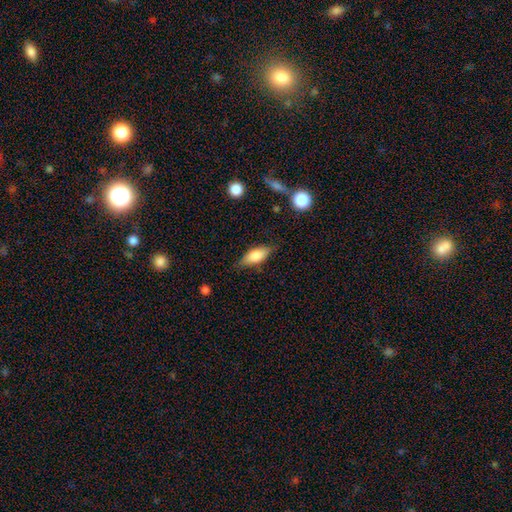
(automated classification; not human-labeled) A smooth galaxy with no disk features (74%) that is in between round and cigar-shaped (78%).

Vote fractions:
- Smooth or featured? smooth: 74% / featured or disk: 19% / star or artifact: 7%
- How rounded? in between: 78% / cigar-shaped: 19% / round: 3%
- Merging? none: 77% / minor disturbance: 17% / major disturbance: 4% / merger: 2%